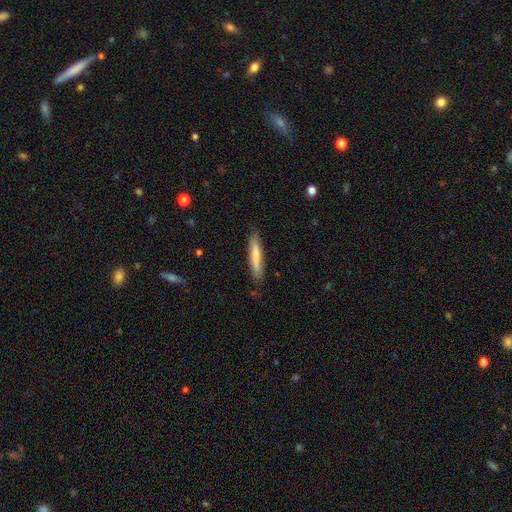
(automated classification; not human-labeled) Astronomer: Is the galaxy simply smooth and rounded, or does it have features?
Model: smooth — 74%.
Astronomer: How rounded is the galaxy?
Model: cigar-shaped — 90%.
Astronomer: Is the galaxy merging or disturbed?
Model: none — 85%.